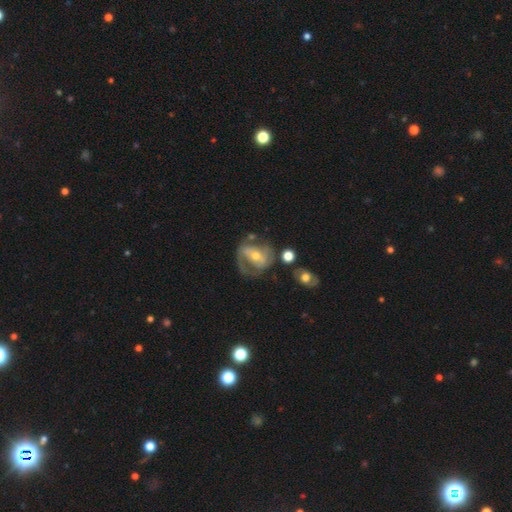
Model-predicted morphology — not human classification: This is likely a featured or disk galaxy (68%). It is clearly not viewed edge-on (96%). Bar: marginally weak (36%). Spiral arm pattern: likely yes (72%). Central bulge: possibly moderate (56%). Merging: possibly none (47%).